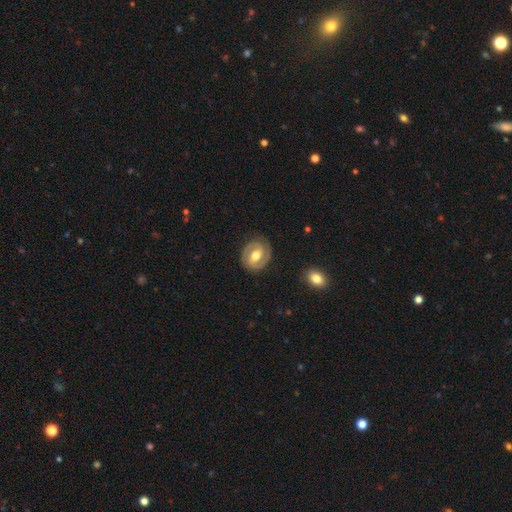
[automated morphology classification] type=featured or disk (75%); edge-on=no (97%); bar=weak (44%); spiral arms=yes (84%); winding=tight (54%); arm count=2 (87%); bulge=moderate (75%); merging=none (84%).